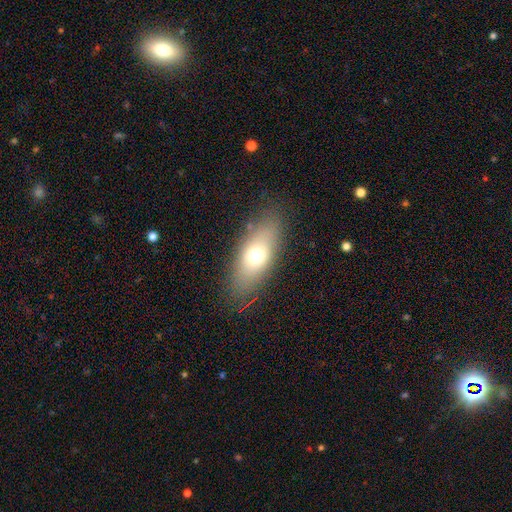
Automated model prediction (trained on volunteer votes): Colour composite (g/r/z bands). It shows a smooth galaxy with no disk features (66%) that is in between round and cigar-shaped (77%). Merging: none (83%).